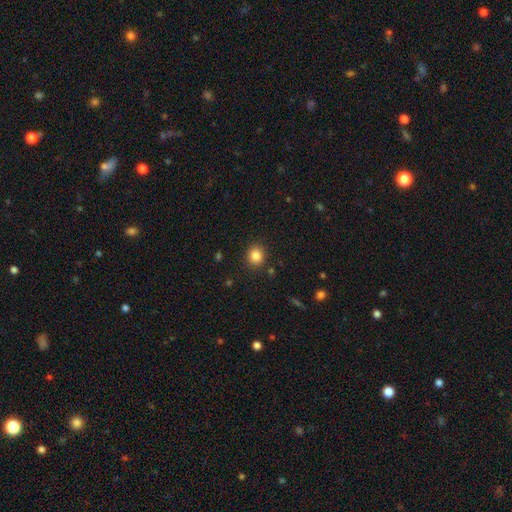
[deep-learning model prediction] Smooth or featured: smooth — 84% (star or artifact — 11%)
How rounded: round — 75% (in between — 24%)
Merging: none — 89% (minor disturbance — 7%)